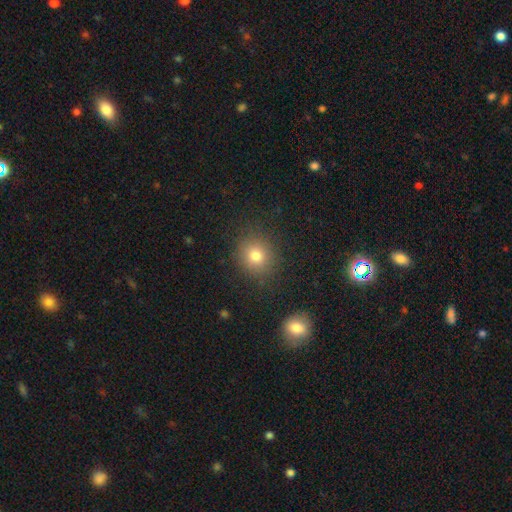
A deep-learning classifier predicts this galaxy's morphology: smooth-or-featured: smooth: 78% | star or artifact: 14% | featured or disk: 8%
  how-rounded: round: 82% | in between: 17% | cigar-shaped: 1%
  merging: none: 87% | minor disturbance: 8% | major disturbance: 3% | merger: 2%